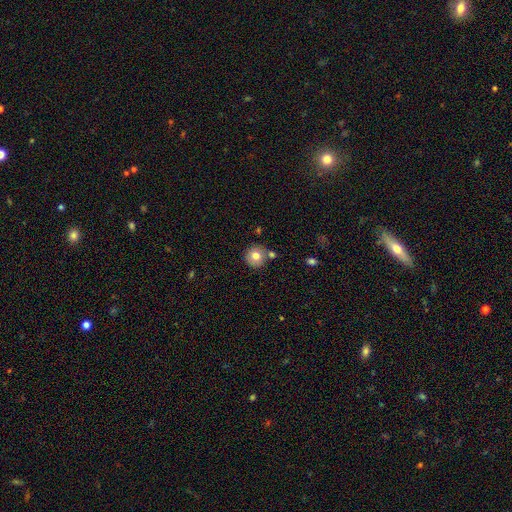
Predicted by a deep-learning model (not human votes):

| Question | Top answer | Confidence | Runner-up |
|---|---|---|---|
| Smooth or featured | smooth | 76% | featured or disk (14%) |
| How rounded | round | 93% | in between (6%) |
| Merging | none | 77% | merger (11%) |